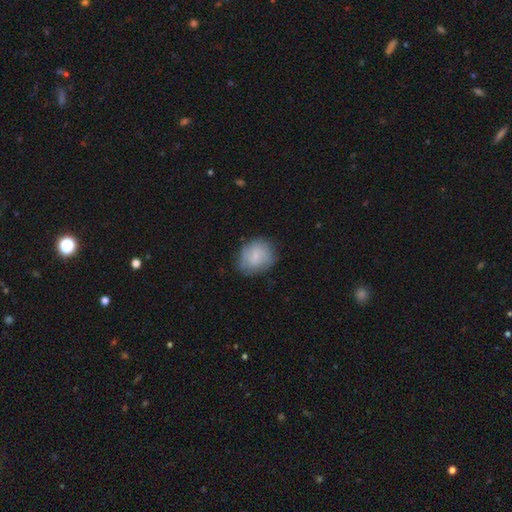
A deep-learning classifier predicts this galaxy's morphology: Smooth or featured? Predicted: smooth (p=0.69). How rounded? Predicted: round (p=0.66). Merging? Predicted: none (p=0.70).